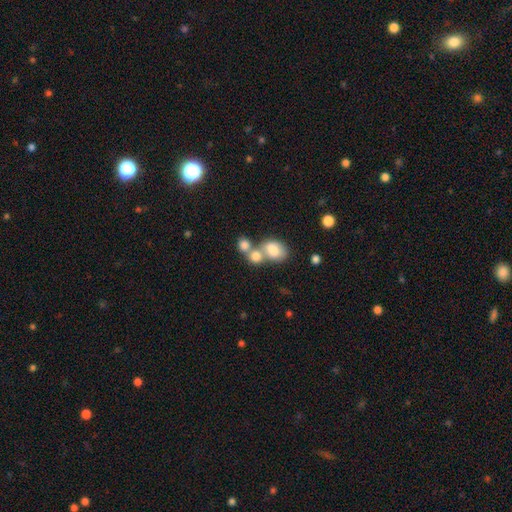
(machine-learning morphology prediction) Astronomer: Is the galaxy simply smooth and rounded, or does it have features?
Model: smooth — 76%.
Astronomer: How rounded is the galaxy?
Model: in between — 53% (runner-up: round, 46%).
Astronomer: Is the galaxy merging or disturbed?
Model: merger — 59%.